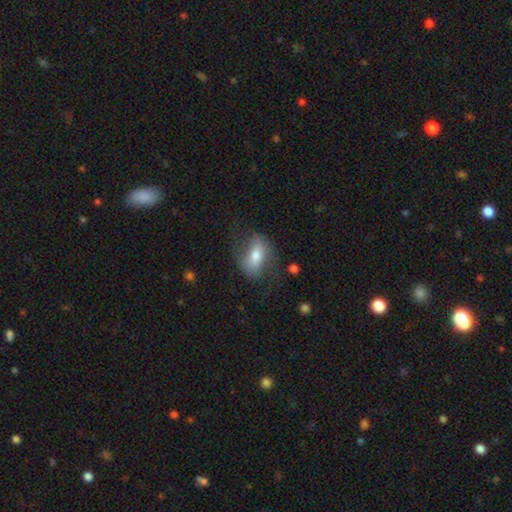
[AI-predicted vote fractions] Smooth or featured? smooth (53%)
How rounded? in between (83%)
Merging? none (59%)